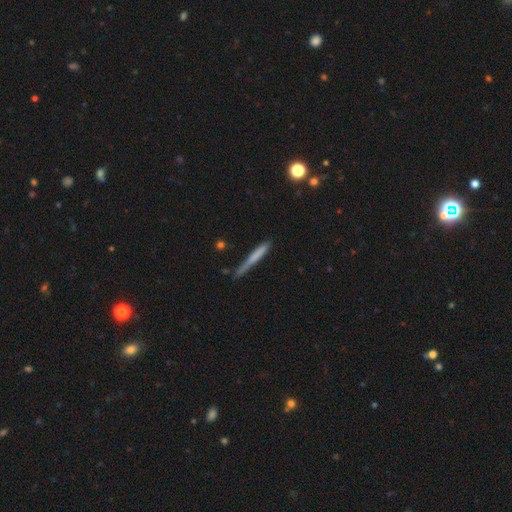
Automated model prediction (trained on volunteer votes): Smooth or featured? Predicted: smooth (p=0.65). How rounded? Predicted: cigar-shaped (p=0.96). Merging? Predicted: none (p=0.69).